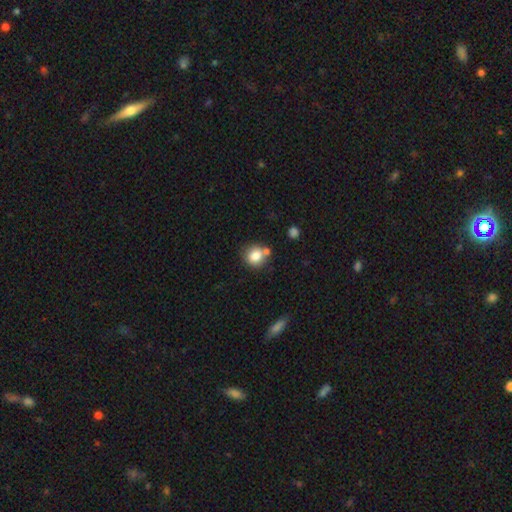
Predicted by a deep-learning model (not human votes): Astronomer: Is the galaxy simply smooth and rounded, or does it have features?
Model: smooth — 81%.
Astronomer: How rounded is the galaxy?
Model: round — 80%.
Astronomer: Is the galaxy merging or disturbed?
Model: none — 65%.